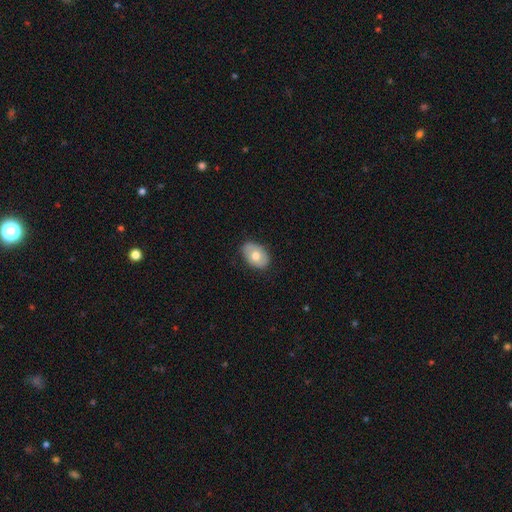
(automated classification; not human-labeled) This appears to be a smooth galaxy with no disk features (68%) that is in between round and cigar-shaped (84%). Merging: none (80%).